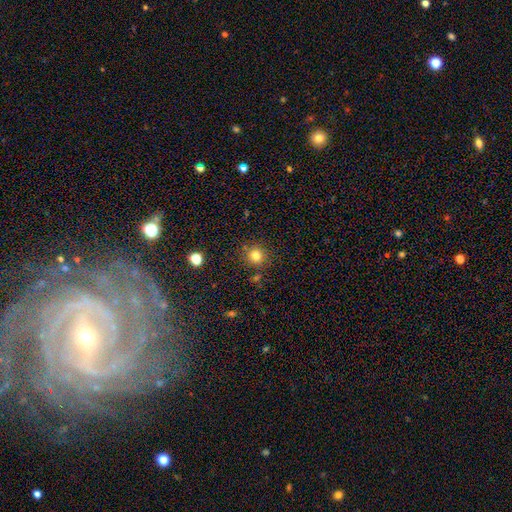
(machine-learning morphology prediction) smooth_or_featured: smooth (p=0.80) [alt: star or artifact p=0.13]
how_rounded: round (p=0.91) [alt: in between p=0.08]
merging: none (p=0.83) [alt: minor disturbance p=0.09]